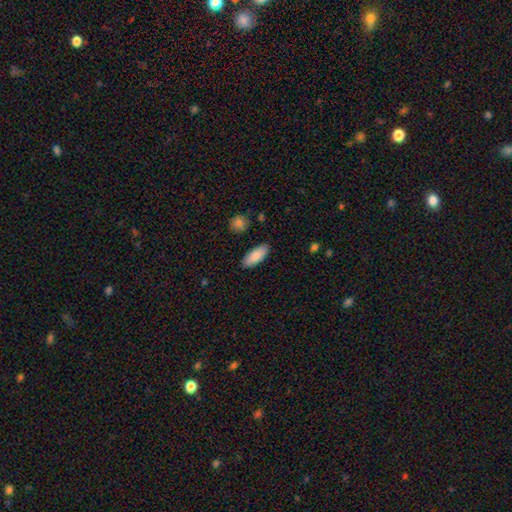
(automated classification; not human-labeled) Smooth or featured: smooth — 87% (featured or disk — 7%)
How rounded: in between — 80% (cigar-shaped — 18%)
Merging: none — 87% (minor disturbance — 9%)